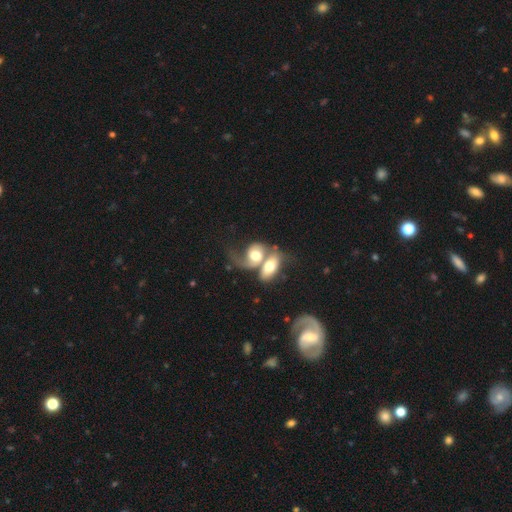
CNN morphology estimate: featured or disk 52%, smooth 42%, star or artifact 7%. Down the decision tree: edge-on disk — no (95%); merging — merger (74%).